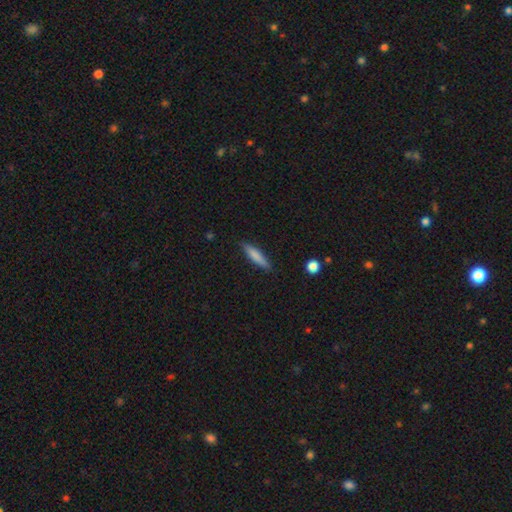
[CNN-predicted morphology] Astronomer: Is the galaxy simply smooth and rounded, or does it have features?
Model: smooth — 74%.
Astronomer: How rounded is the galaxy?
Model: cigar-shaped — 84%.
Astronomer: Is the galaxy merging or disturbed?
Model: none — 86%.